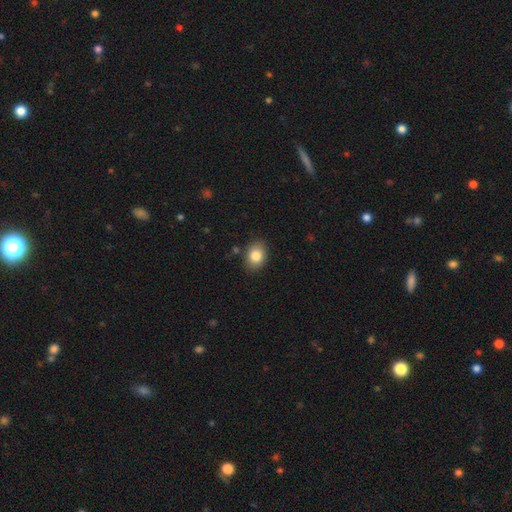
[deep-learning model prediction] Morphology: type=smooth (84%); roundness=in between (69%); merging=none (84%).